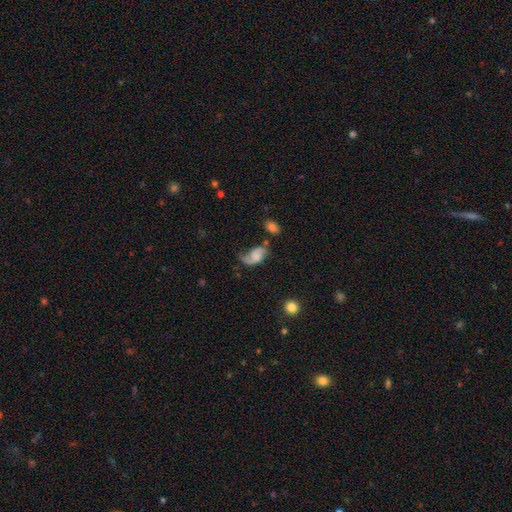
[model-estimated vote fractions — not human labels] A featured or disk galaxy (56%) with no bar (62%), spiral arms (89%) and no central bulge (46%).

Vote fractions:
- Smooth or featured? featured or disk: 56% / smooth: 34% / star or artifact: 9%
- Edge-on disk? no: 97% / yes: 3%
- Bar? no: 62% / weak: 31% / strong: 7%
- Spiral arms? yes: 89% / no: 11%
- Bulge size? none: 46% / small: 20% / moderate: 17% / large: 13% / dominant: 4%
- Merging? none: 37% / minor disturbance: 29% / major disturbance: 26% / merger: 8%